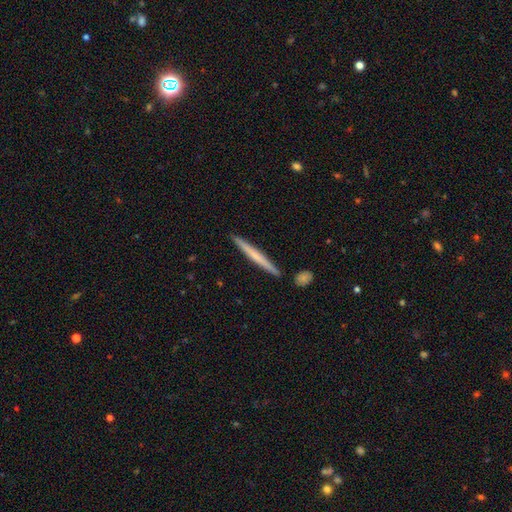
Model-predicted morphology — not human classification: Smooth or featured: smooth — 50% (featured or disk — 44%)
How rounded: cigar-shaped — 97% (in between — 2%)
Merging: none — 89% (minor disturbance — 7%)